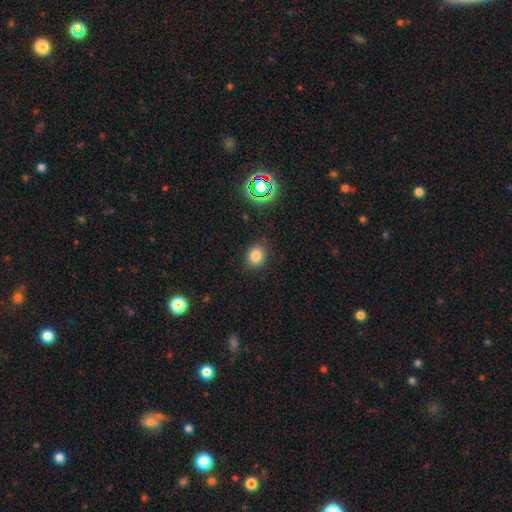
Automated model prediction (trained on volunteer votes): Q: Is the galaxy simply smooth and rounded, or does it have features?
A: smooth — 81%.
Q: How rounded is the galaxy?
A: round — 53%.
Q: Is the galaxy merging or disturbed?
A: none — 85%.